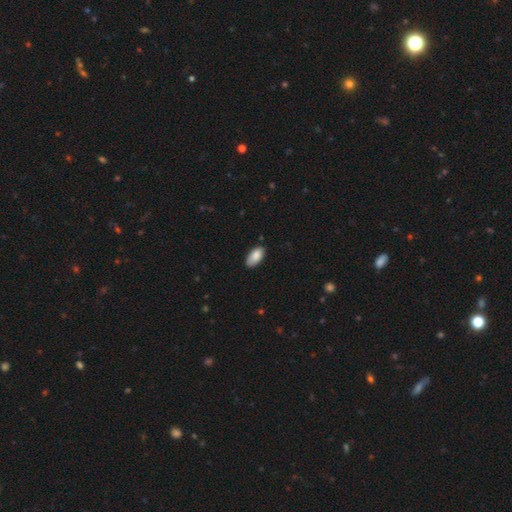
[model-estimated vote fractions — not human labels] A smooth galaxy with no disk features (87%) that is in between round and cigar-shaped (94%). Merging: none (78%).